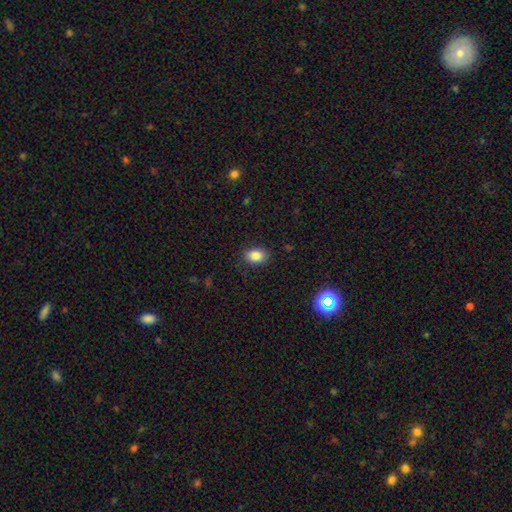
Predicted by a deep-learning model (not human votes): Morphology: type=smooth (85%); roundness=in between (73%); merging=none (87%).